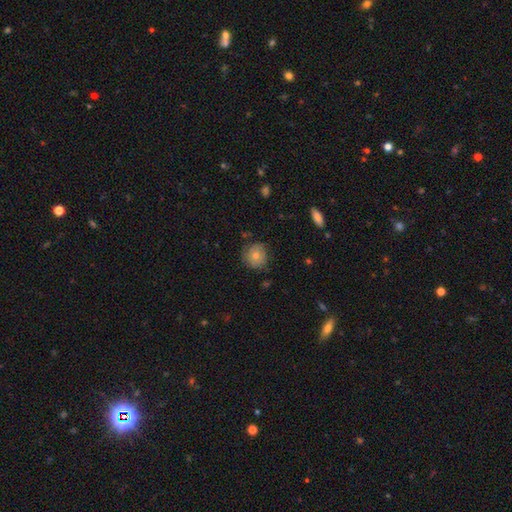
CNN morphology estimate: This is likely a smooth galaxy (61%). How rounded: clearly round (91%). Merging: likely none (78%).